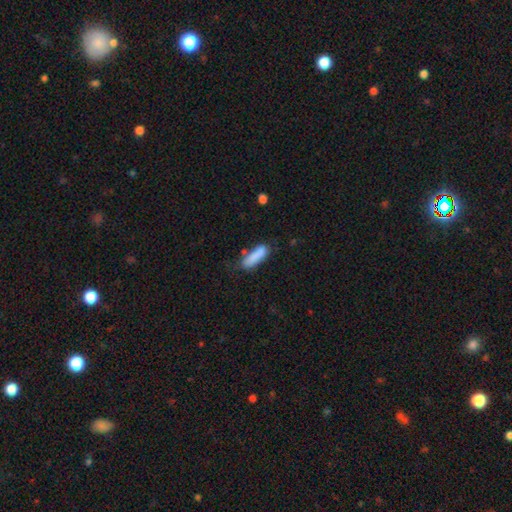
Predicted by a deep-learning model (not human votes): smooth_or_featured: smooth (p=0.85) [alt: featured or disk p=0.08]
how_rounded: cigar-shaped (p=0.59) [alt: in between p=0.40]
merging: none (p=0.64) [alt: minor disturbance p=0.23]